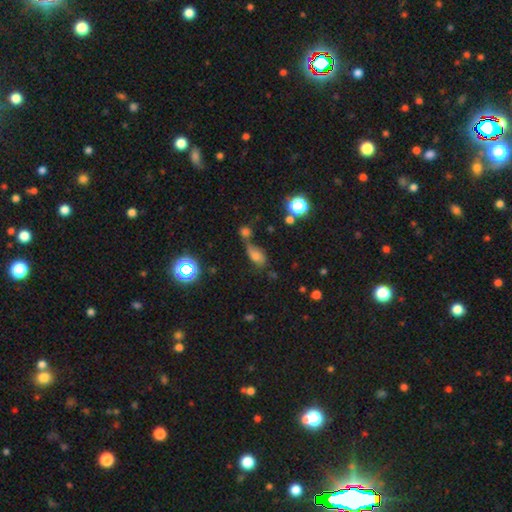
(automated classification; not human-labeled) The model was most divided on "merging": none: 41%, merger: 30%, minor disturbance: 19%, major disturbance: 11%. More confident: how rounded — in between (80%); smooth or featured — smooth (62%).